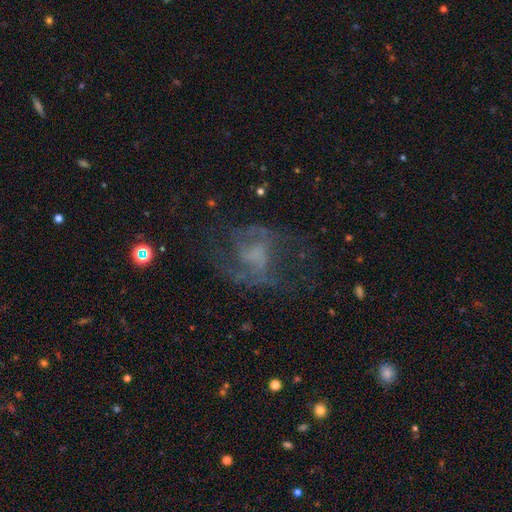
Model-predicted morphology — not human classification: featured or disk 69%, smooth 16%, star or artifact 15%. Down the decision tree: edge-on disk — no (97%); bar — no (56%); spiral arms — yes (76%); spiral arm count — 2 (60%); spiral winding — medium (48%); bulge size — none (51%); merging — none (53%).